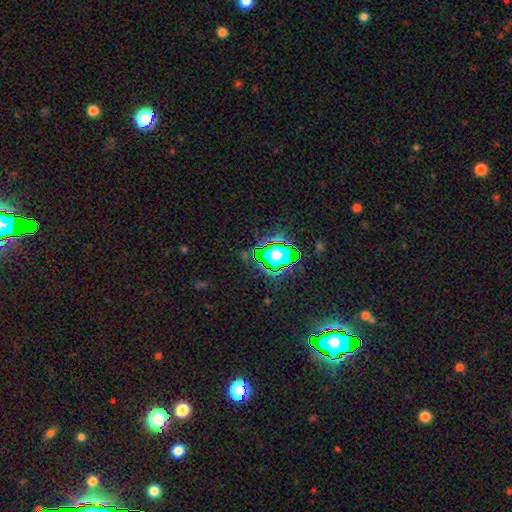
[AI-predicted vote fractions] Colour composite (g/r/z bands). It shows a star or artifact, not a galaxy (81%).